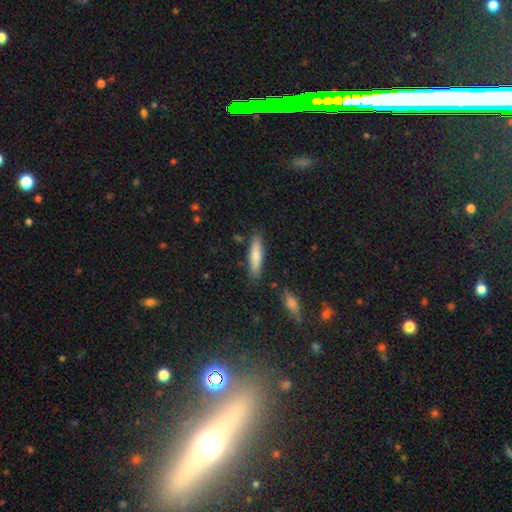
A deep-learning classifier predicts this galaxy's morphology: The model was most divided on "how rounded": cigar-shaped: 73%, in between: 25%, round: 1%. More confident: merging — none (83%); smooth or featured — smooth (79%).